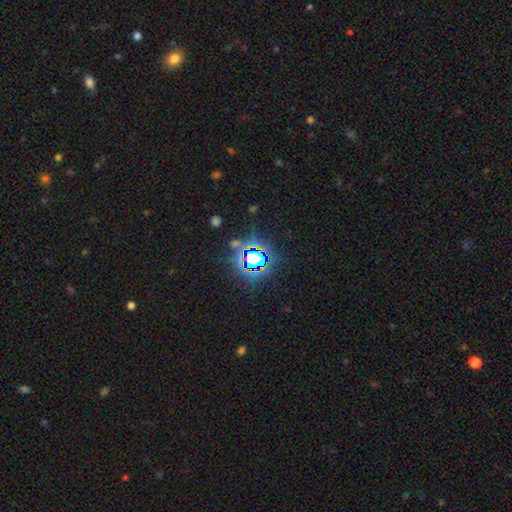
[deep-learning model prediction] smooth_or_featured: star or artifact (p=0.80) [alt: smooth p=0.13]